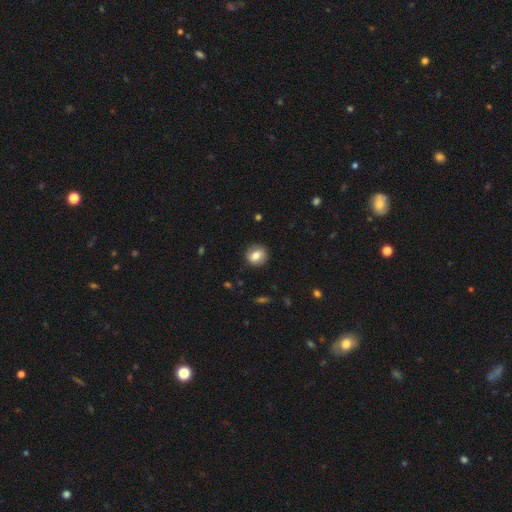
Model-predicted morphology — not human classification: Smooth or featured? Predicted: smooth (p=0.74). How rounded? Predicted: round (p=0.80). Merging? Predicted: none (p=0.88).